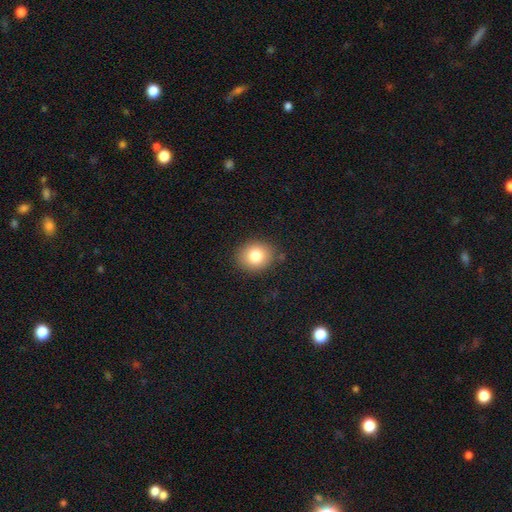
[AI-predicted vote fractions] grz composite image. It shows a smooth galaxy with no disk features (81%) that is round (67%). Merging: none (87%).